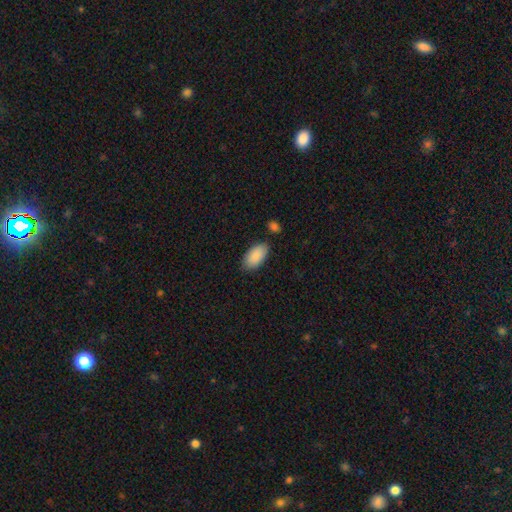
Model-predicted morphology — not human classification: The model was most divided on "merging": none: 81%, minor disturbance: 13%, merger: 4%, major disturbance: 3%. More confident: how rounded — in between (95%); smooth or featured — smooth (89%).